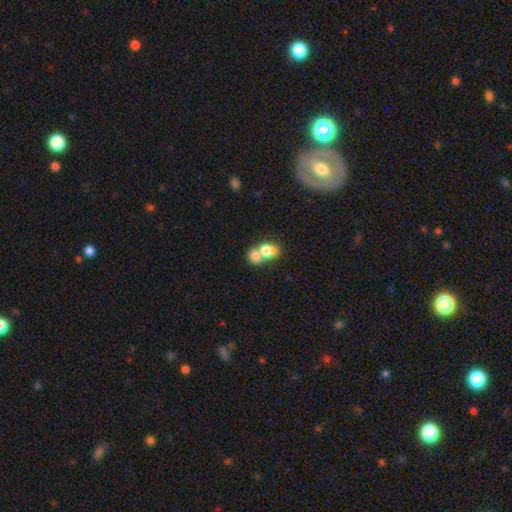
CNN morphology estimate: smooth-or-featured: smooth: 73% | featured or disk: 18% | star or artifact: 9%
  how-rounded: in between: 49% (tied) | round: 49% (tied) | cigar-shaped: 1%
  merging: merger: 72% | none: 20% | minor disturbance: 5% | major disturbance: 3%